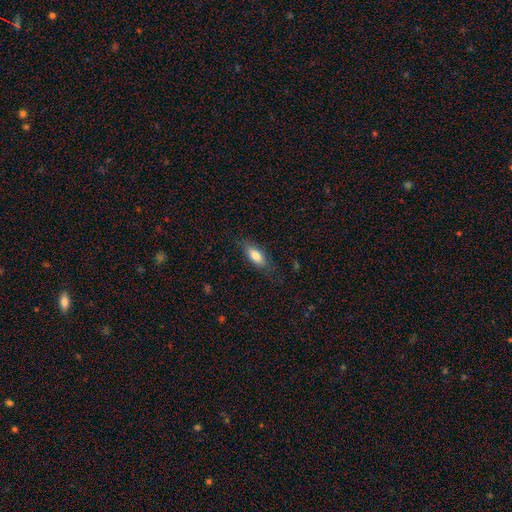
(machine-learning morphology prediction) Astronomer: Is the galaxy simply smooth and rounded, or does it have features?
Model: smooth — 80%.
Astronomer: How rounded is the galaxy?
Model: in between — 76%.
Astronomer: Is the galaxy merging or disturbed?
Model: none — 78%.